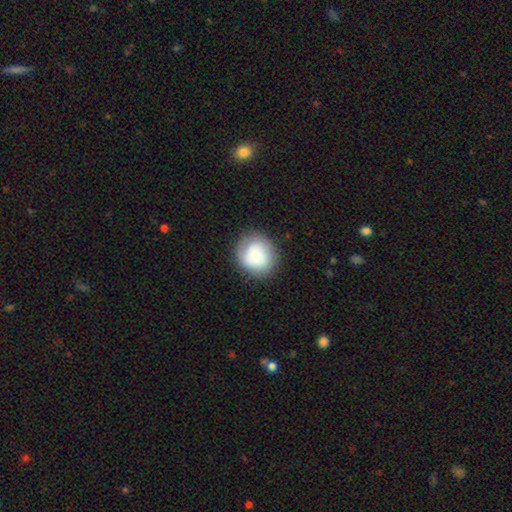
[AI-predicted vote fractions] Morphology: type=smooth (62%); roundness=round (86%); merging=none (81%).